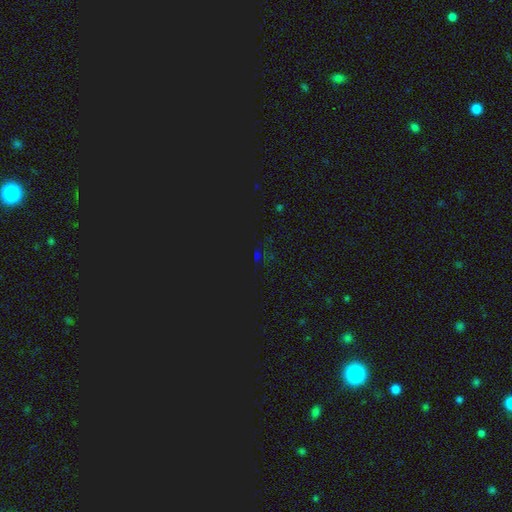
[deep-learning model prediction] This appears to be a star or artifact, not a galaxy (75%).